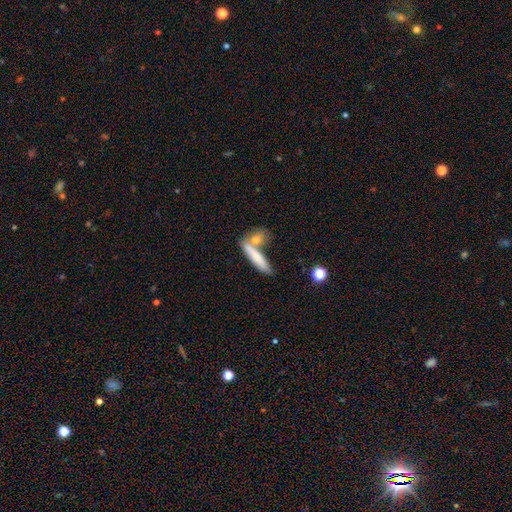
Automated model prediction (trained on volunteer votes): Morphology: type=smooth (74%); roundness=cigar-shaped (79%); merging=none (52%).